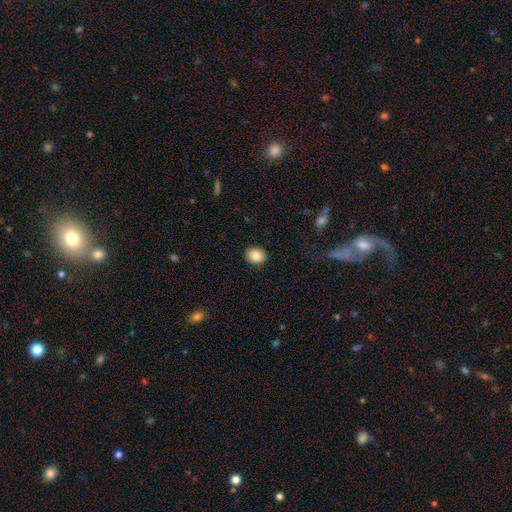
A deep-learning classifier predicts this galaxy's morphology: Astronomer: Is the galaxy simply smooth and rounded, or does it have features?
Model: smooth — 86%.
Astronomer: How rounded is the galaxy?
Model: round — 50% (runner-up: in between, 49%).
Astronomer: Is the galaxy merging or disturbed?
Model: none — 89%.